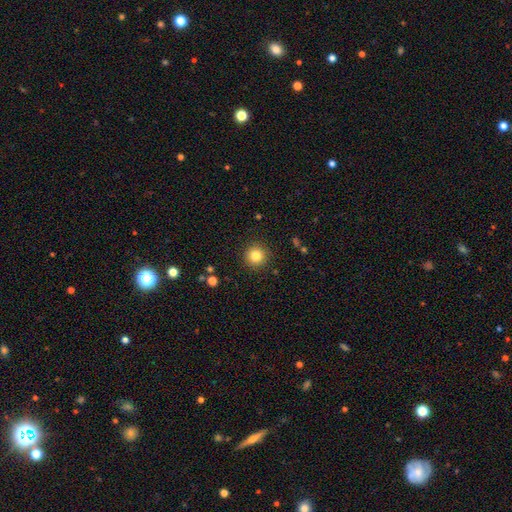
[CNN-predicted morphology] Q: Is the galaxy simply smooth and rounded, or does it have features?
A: smooth — 83%.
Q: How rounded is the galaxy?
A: round — 95%.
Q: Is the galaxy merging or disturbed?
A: none — 91%.